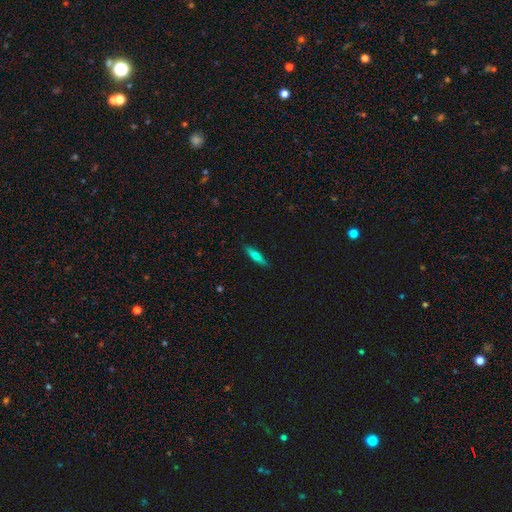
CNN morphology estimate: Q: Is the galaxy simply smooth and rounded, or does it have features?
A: smooth — 69%.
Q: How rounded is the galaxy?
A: cigar-shaped — 78%.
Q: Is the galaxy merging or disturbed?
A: none — 88%.